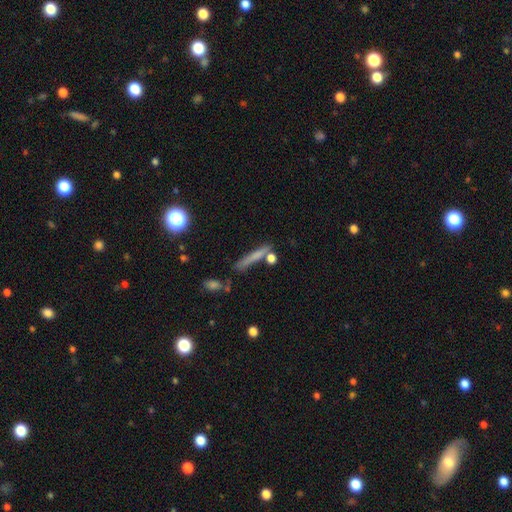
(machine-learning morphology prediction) Smooth or featured?
  - smooth: 61% *
  - featured or disk: 27%
  - star or artifact: 12%
How rounded?
  - cigar-shaped: 89% *
  - in between: 7%
  - round: 4%
Merging?
  - none: 69% *
  - minor disturbance: 15%
  - merger: 11%
  - major disturbance: 5%